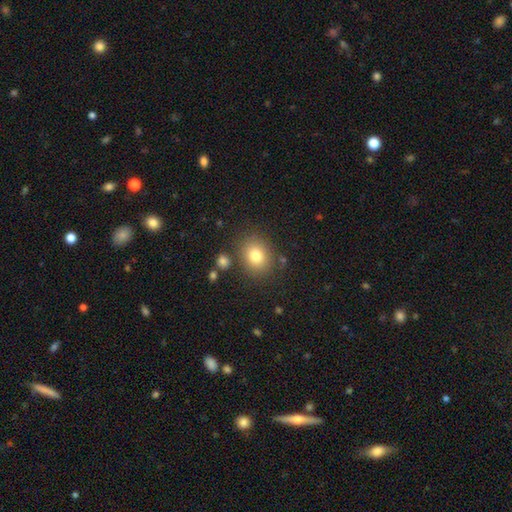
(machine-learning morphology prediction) Smooth or featured?
  - smooth: 80% *
  - star or artifact: 11%
  - featured or disk: 10%
How rounded?
  - round: 62% *
  - in between: 37%
  - cigar-shaped: 1%
Merging?
  - none: 81% *
  - minor disturbance: 11%
  - merger: 5%
  - major disturbance: 4%